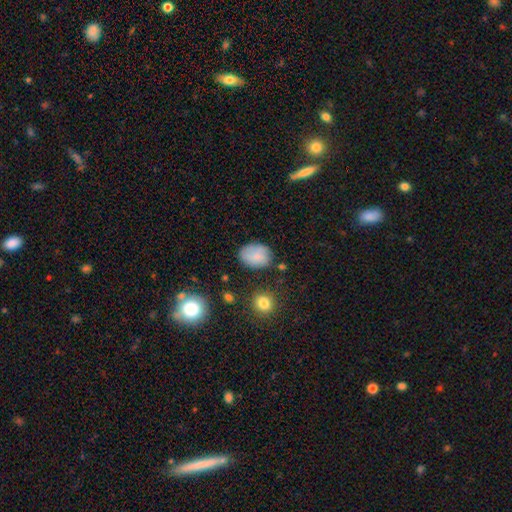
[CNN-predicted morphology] Smooth or featured? smooth (82%)
How rounded? in between (73%)
Merging? none (70%)